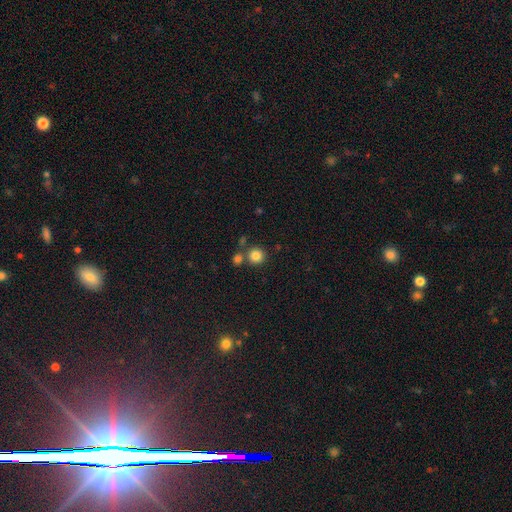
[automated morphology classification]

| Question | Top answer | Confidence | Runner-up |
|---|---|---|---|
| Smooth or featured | smooth | 83% | star or artifact (12%) |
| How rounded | round | 93% | in between (7%) |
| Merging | none | 72% | merger (18%) |